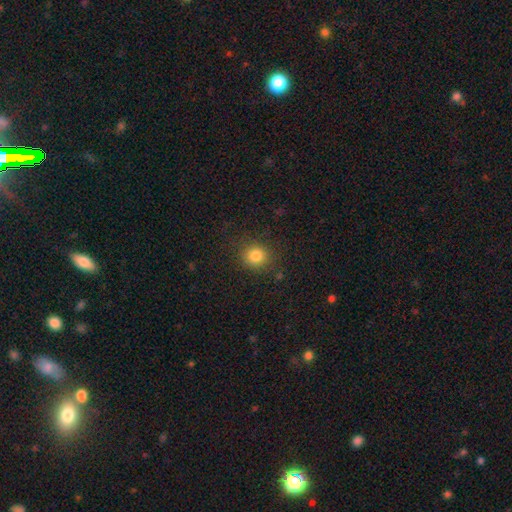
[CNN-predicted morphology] Smooth or featured? smooth (82%)
How rounded? round (86%)
Merging? none (87%)